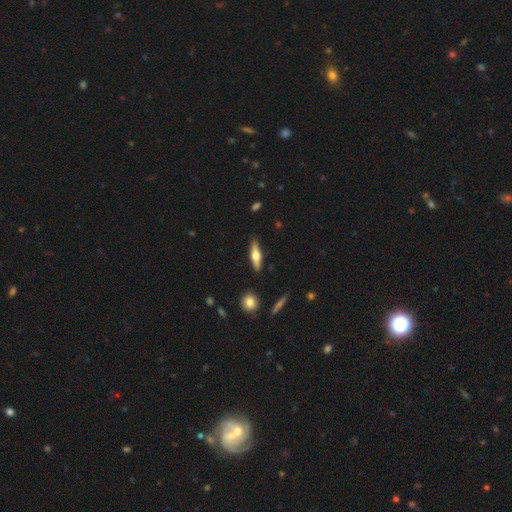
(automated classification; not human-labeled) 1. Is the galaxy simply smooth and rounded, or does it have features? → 58% featured or disk, 36% smooth, 6% star or artifact.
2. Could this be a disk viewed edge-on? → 95% yes, 5% no.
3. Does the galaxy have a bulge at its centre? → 93% rounded, 4% boxy, 2% none.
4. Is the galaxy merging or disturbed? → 88% none, 8% minor disturbance, 2% major disturbance, 2% merger.